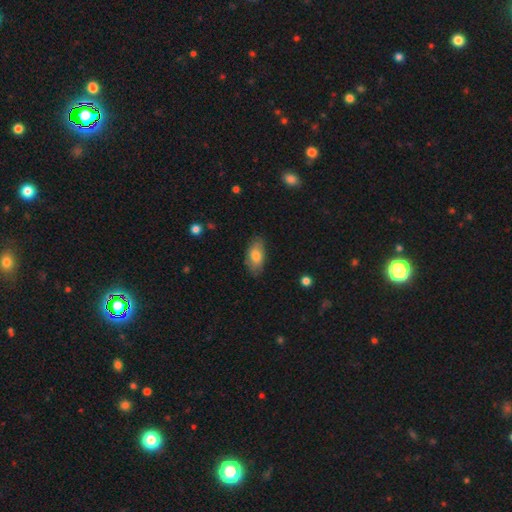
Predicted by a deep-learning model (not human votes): Smooth or featured?
  - smooth: 78% *
  - featured or disk: 16%
  - star or artifact: 6%
How rounded?
  - in between: 91% *
  - cigar-shaped: 5%
  - round: 4%
Merging?
  - none: 79% *
  - minor disturbance: 16%
  - major disturbance: 3%
  - merger: 1%